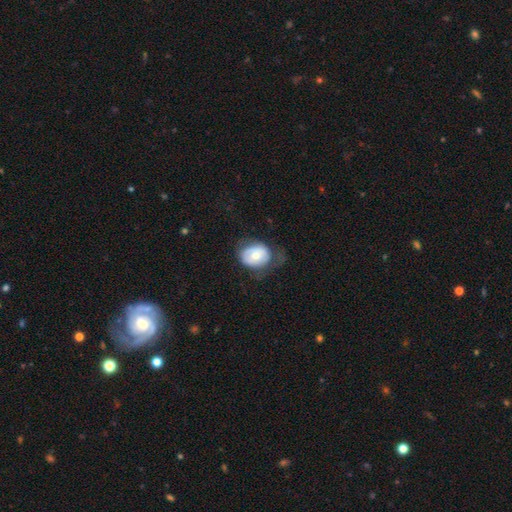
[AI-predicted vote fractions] A smooth galaxy with no disk features (53%) that is in between round and cigar-shaped (57%).

Vote fractions:
- Smooth or featured? smooth: 53% / featured or disk: 41% / star or artifact: 7%
- How rounded? in between: 57% / round: 42% / cigar-shaped: 1%
- Merging? none: 45% / minor disturbance: 28% / major disturbance: 25% / merger: 2%